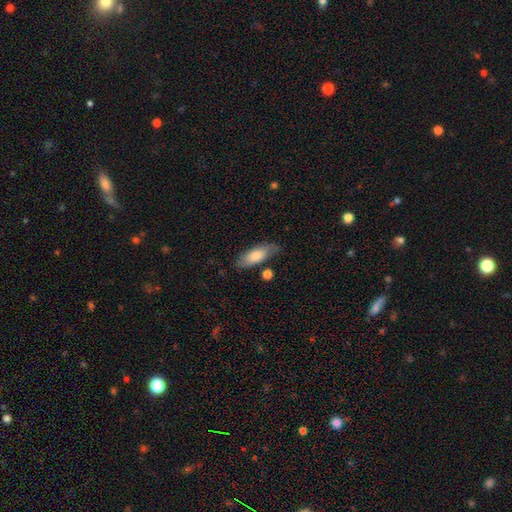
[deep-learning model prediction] Smooth or featured? Predicted: smooth (p=0.73). How rounded? Predicted: in between (p=0.74). Merging? Predicted: none (p=0.69).